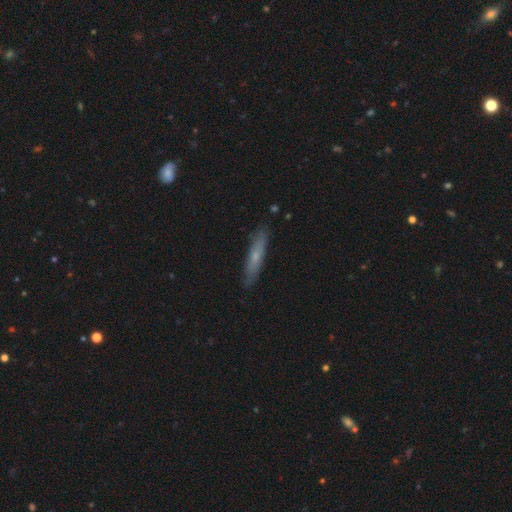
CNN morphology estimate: A smooth galaxy with no disk features (54%) that is cigar-shaped (89%).

Vote fractions:
- Smooth or featured? smooth: 54% / featured or disk: 40% / star or artifact: 7%
- How rounded? cigar-shaped: 89% / in between: 10% / round: 2%
- Merging? none: 86% / minor disturbance: 11% / major disturbance: 2% / merger: 1%